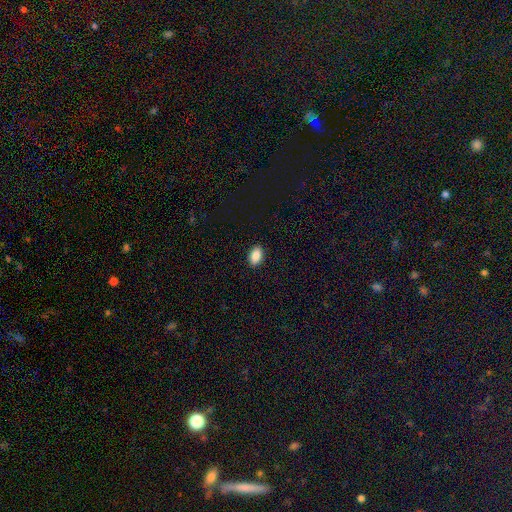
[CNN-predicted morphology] smooth 88%, star or artifact 7%, featured or disk 4%. Down the decision tree: how rounded — in between (90%); merging — none (90%).